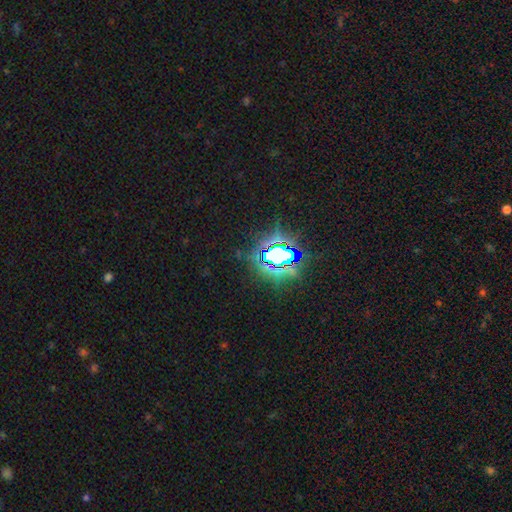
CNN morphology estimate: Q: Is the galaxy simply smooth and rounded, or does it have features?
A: star or artifact — 78%.